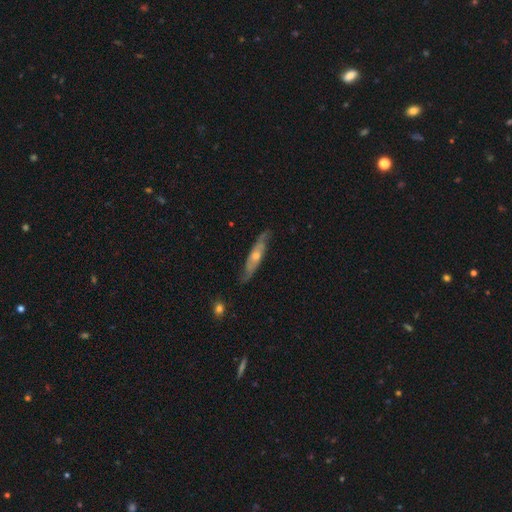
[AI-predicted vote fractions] smooth-or-featured: featured or disk: 68% | smooth: 26% | star or artifact: 6%
  disk-edge-on: yes: 56% | no: 44%
  merging: none: 79% | minor disturbance: 16% | major disturbance: 3% | merger: 1%